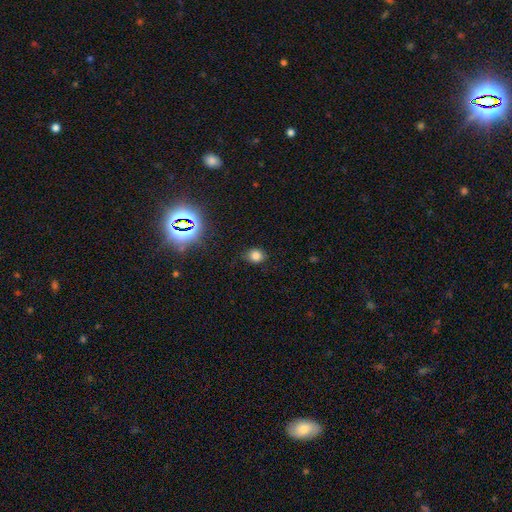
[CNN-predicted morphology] A smooth galaxy with no disk features (78%) that is round (63%).

Vote fractions:
- Smooth or featured? smooth: 78% / star or artifact: 16% / featured or disk: 6%
- How rounded? round: 63% / in between: 36% / cigar-shaped: 1%
- Merging? none: 80% / minor disturbance: 15% / major disturbance: 3% / merger: 1%